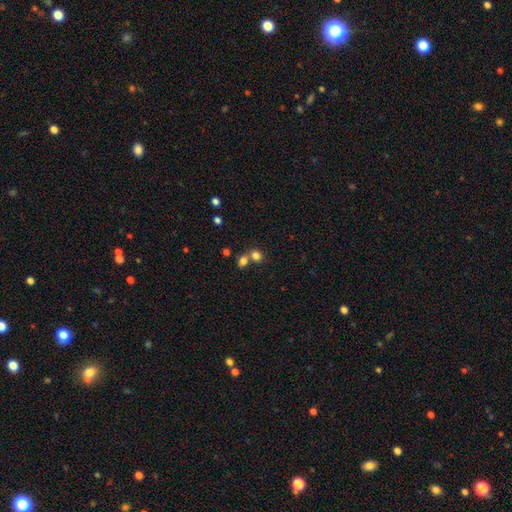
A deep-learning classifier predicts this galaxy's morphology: Smooth or featured?
  - smooth: 79% *
  - star or artifact: 13%
  - featured or disk: 7%
How rounded?
  - round: 67% *
  - in between: 32%
  - cigar-shaped: 1%
Merging?
  - none: 47% *
  - merger: 43%
  - minor disturbance: 7%
  - major disturbance: 3%